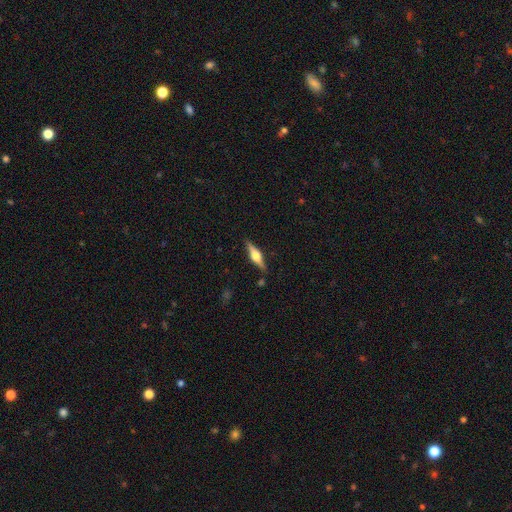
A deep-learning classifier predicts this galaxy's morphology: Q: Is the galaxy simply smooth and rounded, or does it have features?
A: featured or disk — 70%.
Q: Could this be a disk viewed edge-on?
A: yes — 97%.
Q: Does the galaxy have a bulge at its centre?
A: rounded — 94%.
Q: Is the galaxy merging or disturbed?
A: none — 87%.